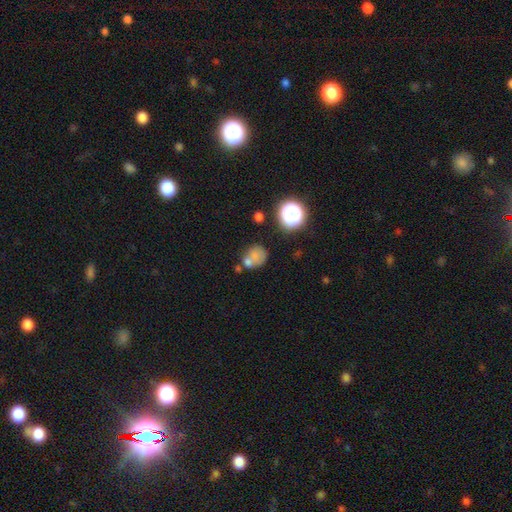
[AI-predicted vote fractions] A smooth galaxy with no disk features (67%) that is round (70%). Merging: none (45%).